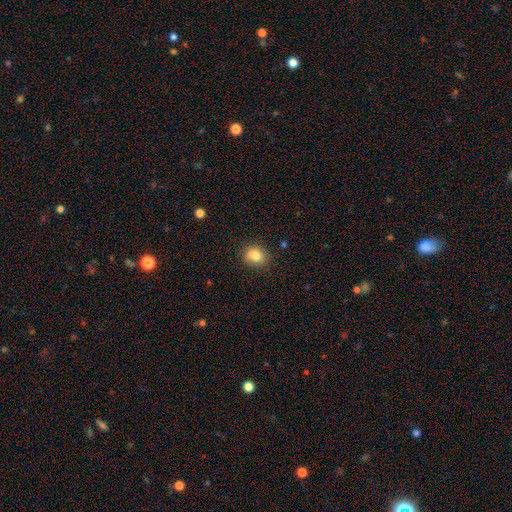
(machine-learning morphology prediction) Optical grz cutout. It shows a smooth galaxy with no disk features (82%) that is round (60%). Merging: none (86%).